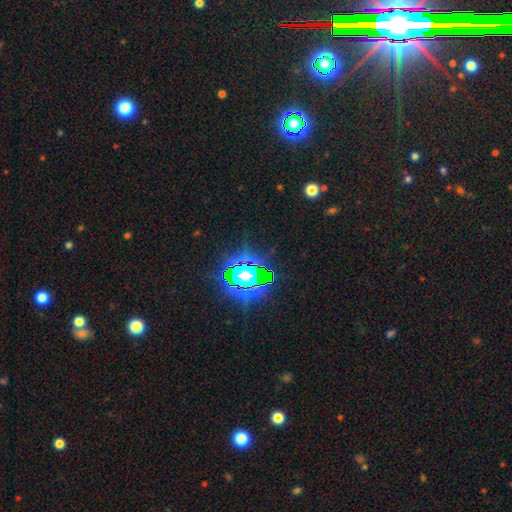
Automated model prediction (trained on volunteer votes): This is clearly a star or artifact rather than a galaxy (84%).